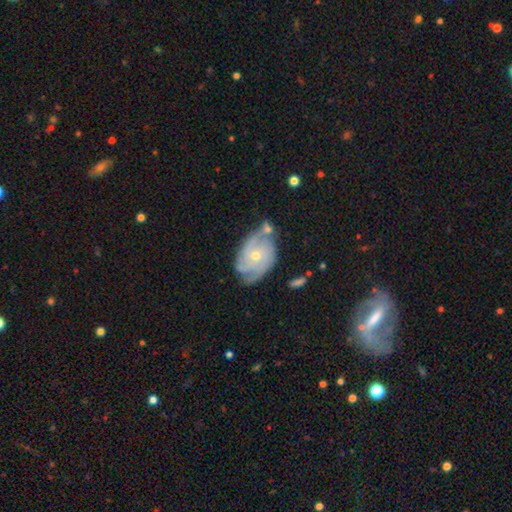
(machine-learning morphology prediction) type=featured or disk (81%); edge-on=no (96%); bar=no (75%); spiral arms=yes (92%); winding=tight (55%); arm count=2 (31%); bulge=small (59%); merging=none (59%).